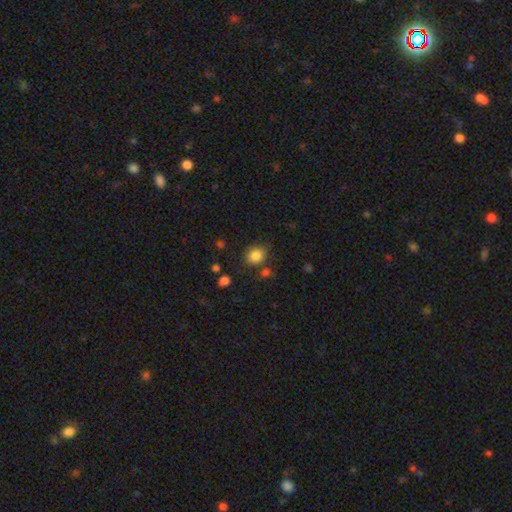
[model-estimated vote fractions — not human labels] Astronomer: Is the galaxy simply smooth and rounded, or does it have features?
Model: smooth — 85%.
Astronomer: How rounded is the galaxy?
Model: round — 62%.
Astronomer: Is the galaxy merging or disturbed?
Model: none — 73%.